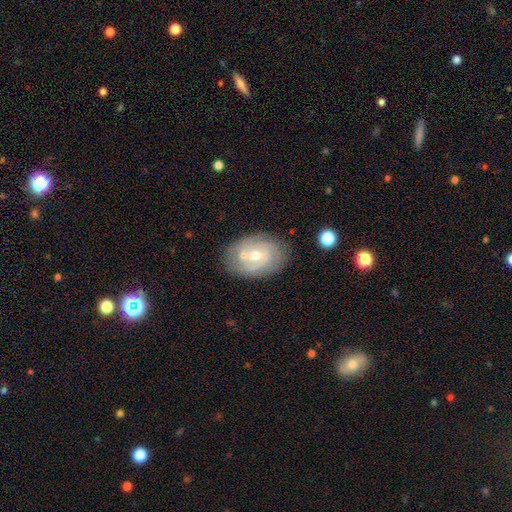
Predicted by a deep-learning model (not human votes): Q: Smooth or featured?
A: featured or disk (72%); runner-up: smooth (21%)
Q: Edge-on disk?
A: no (96%); runner-up: yes (4%)
Q: Bar?
A: no (58%); runner-up: weak (35%)
Q: Spiral arms?
A: yes (83%); runner-up: no (17%)
Q: Spiral winding?
A: tight (57%); runner-up: medium (33%)
Q: Spiral arm count?
A: 2 (44%); runner-up: can't tell (31%)
Q: Bulge size?
A: moderate (55%); runner-up: small (41%)
Q: Merging?
A: none (71%); runner-up: minor disturbance (17%)